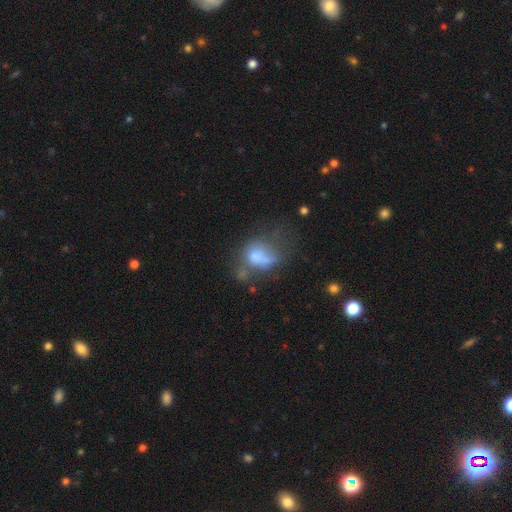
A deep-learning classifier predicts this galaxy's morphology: A smooth galaxy with no disk features (57%) that is in between round and cigar-shaped (59%).

Vote fractions:
- Smooth or featured? smooth: 57% / featured or disk: 30% / star or artifact: 13%
- How rounded? in between: 59% / round: 40% / cigar-shaped: 2%
- Merging? major disturbance: 36% / merger: 23% / none: 21% / minor disturbance: 19%